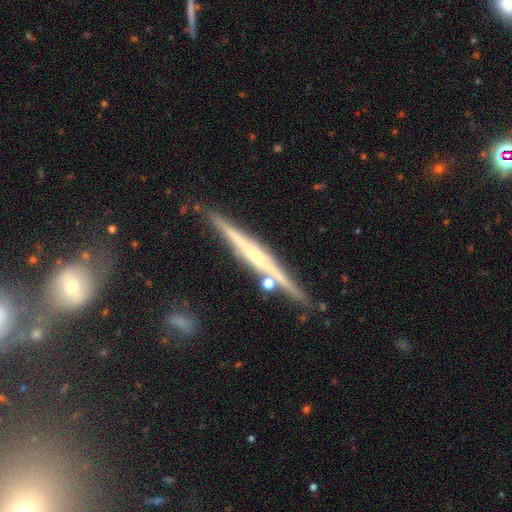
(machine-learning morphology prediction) featured or disk 77%, smooth 17%, star or artifact 7%. Down the decision tree: edge-on disk — yes (98%); edge-on bulge — rounded (54%); merging — none (84%).